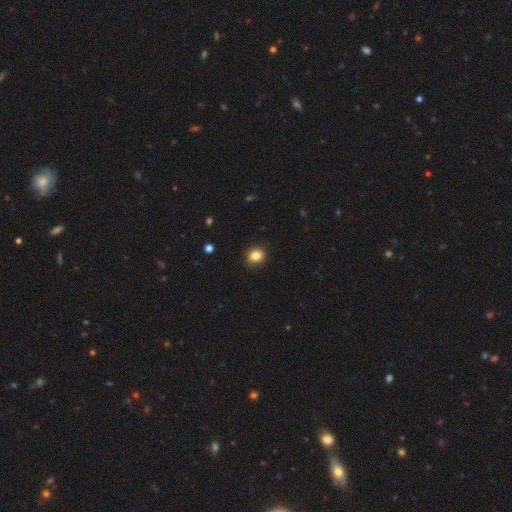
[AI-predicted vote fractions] A smooth galaxy with no disk features (84%) that is round (65%).

Vote fractions:
- Smooth or featured? smooth: 84% / star or artifact: 10% / featured or disk: 6%
- How rounded? round: 65% / in between: 34% / cigar-shaped: 1%
- Merging? none: 89% / minor disturbance: 8% / major disturbance: 2% / merger: 1%